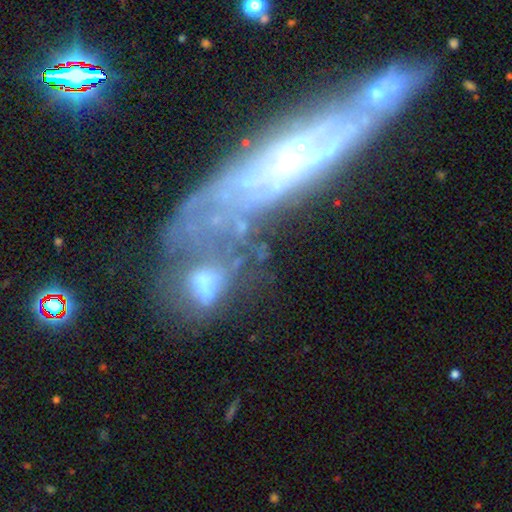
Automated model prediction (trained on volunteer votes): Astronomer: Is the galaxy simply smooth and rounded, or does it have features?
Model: featured or disk — 55%.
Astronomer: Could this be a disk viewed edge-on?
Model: no — 73%.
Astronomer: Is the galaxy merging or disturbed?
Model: merger — 33% (runner-up: none, 27%).